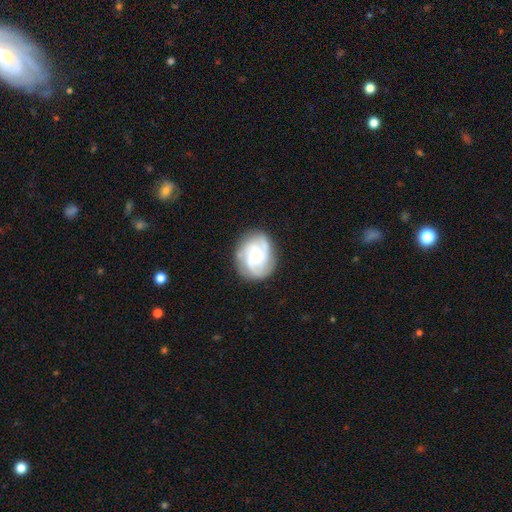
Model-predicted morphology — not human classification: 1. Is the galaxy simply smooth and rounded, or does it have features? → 77% featured or disk, 17% smooth, 6% star or artifact.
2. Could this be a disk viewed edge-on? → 98% no, 2% yes.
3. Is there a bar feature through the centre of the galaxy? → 70% no, 25% weak, 4% strong.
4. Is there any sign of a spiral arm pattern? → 96% yes, 4% no.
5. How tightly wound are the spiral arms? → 49% tight, 40% medium, 11% loose.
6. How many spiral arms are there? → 51% 3, 15% 2, 14% can't tell, 12% 4, 5% 1, 4% more than 4.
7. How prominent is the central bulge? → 45% small, 33% moderate, 11% large, 8% none, 2% dominant.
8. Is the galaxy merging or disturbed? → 77% none, 15% minor disturbance, 6% major disturbance, 2% merger.